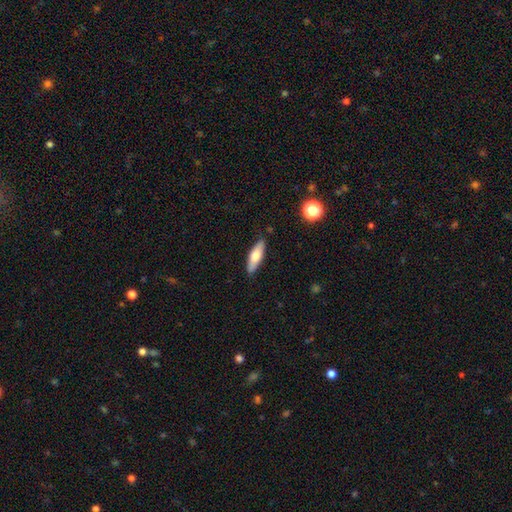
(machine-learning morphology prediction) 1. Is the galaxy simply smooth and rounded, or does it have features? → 66% smooth, 28% featured or disk, 6% star or artifact.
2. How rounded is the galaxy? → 50% in between, 48% cigar-shaped, 2% round.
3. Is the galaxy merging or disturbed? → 86% none, 11% minor disturbance, 2% major disturbance, 1% merger.